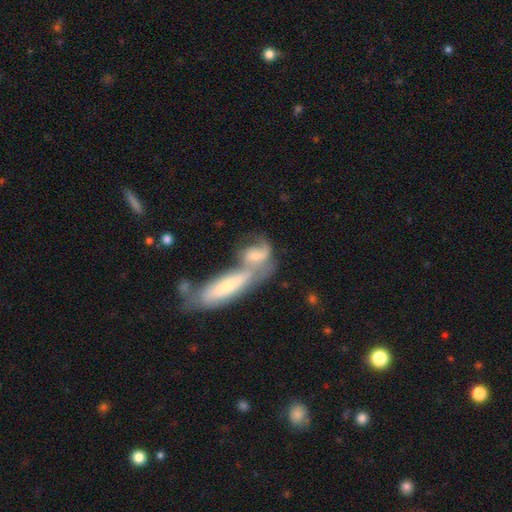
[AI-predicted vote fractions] This is possibly a featured or disk galaxy (56%). It is clearly not viewed edge-on (84%). Merging: likely merger (64%).